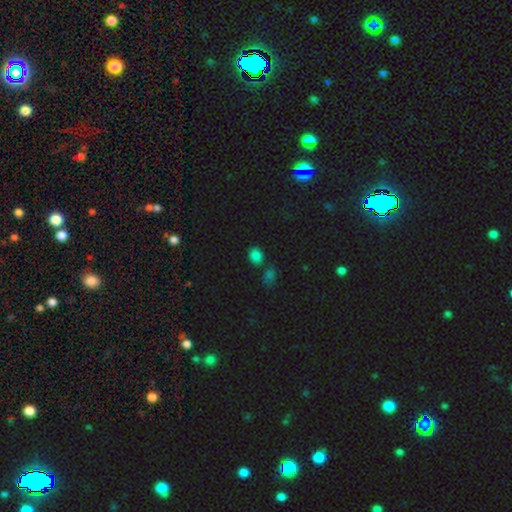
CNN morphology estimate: smooth-or-featured: smooth: 79% | star or artifact: 16% | featured or disk: 5%
  how-rounded: round: 54% | in between: 45% | cigar-shaped: 2%
  merging: none: 69% | merger: 16% | minor disturbance: 12% | major disturbance: 4%